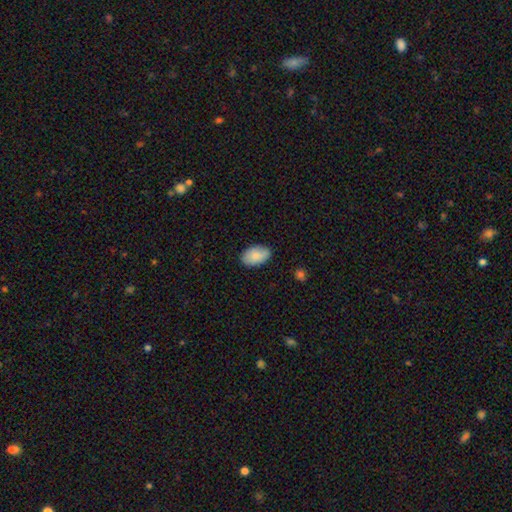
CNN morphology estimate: smooth-or-featured: smooth: 86% | featured or disk: 8% | star or artifact: 6%
  how-rounded: in between: 93% | round: 6% | cigar-shaped: 1%
  merging: none: 84% | minor disturbance: 13% | major disturbance: 2% | merger: 1%